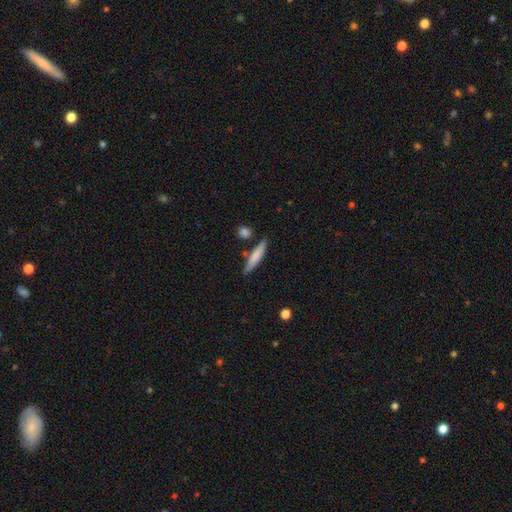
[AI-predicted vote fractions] Q: Smooth or featured?
A: smooth (73%); runner-up: featured or disk (21%)
Q: How rounded?
A: cigar-shaped (87%); runner-up: in between (11%)
Q: Merging?
A: none (79%); runner-up: minor disturbance (12%)